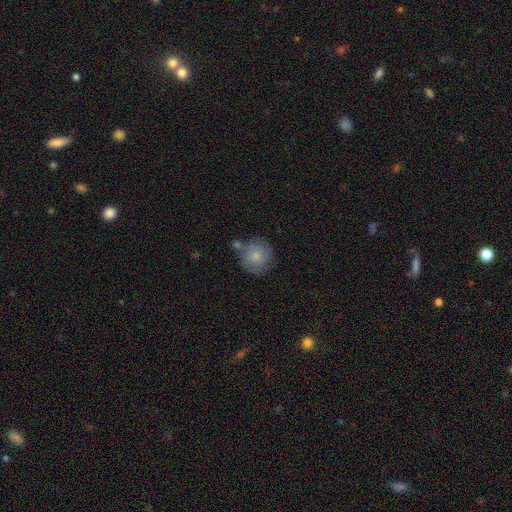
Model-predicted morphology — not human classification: A smooth galaxy with no disk features (79%) that is round (91%).

Vote fractions:
- Smooth or featured? smooth: 79% / featured or disk: 14% / star or artifact: 7%
- How rounded? round: 91% / in between: 8% / cigar-shaped: 1%
- Merging? none: 64% / minor disturbance: 18% / merger: 13% / major disturbance: 5%